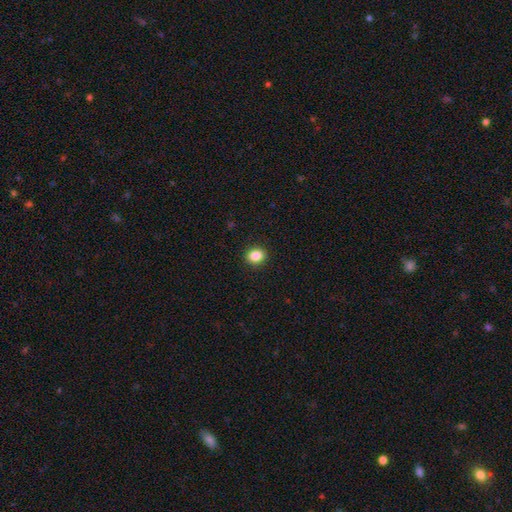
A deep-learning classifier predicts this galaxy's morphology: This appears to be a smooth galaxy with no disk features (86%) that is round (64%). Merging: none (92%).